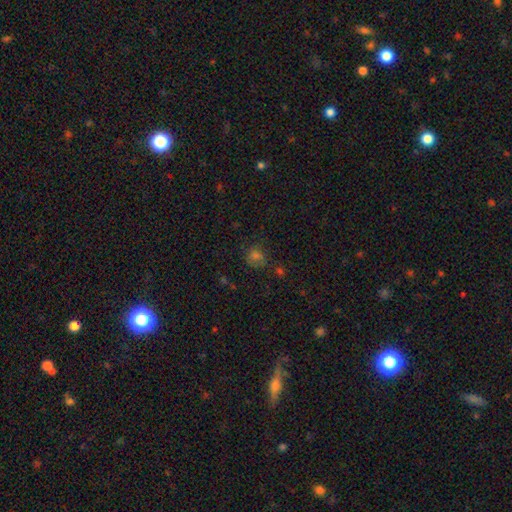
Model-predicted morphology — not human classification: This appears to be a smooth galaxy with no disk features (55%) that is round (67%). Merging: none (61%).